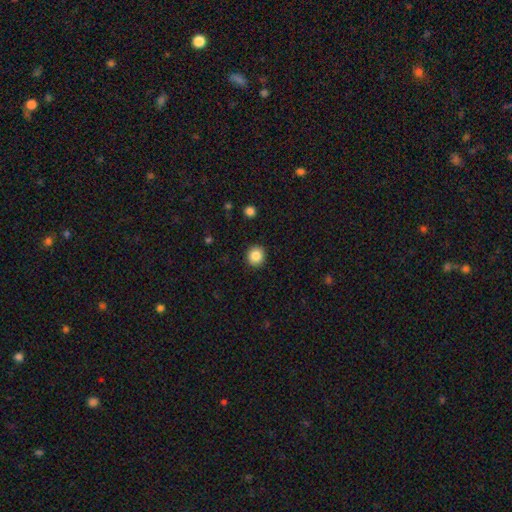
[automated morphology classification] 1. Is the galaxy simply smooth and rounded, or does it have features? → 86% smooth, 10% star or artifact, 4% featured or disk.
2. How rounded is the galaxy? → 91% round, 8% in between, 1% cigar-shaped.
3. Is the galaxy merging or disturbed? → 92% none, 5% minor disturbance, 2% major disturbance, 1% merger.